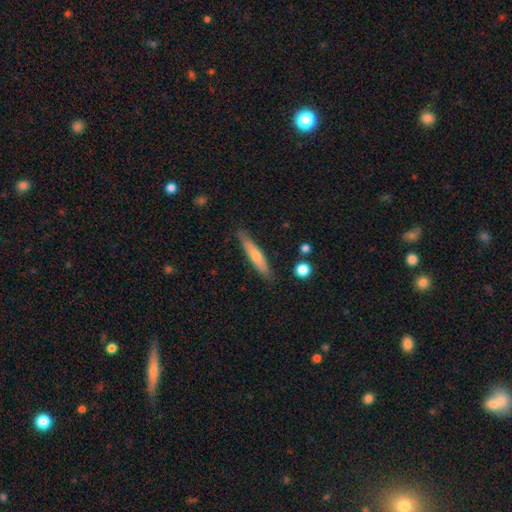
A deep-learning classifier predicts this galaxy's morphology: smooth-or-featured: smooth: 56% | featured or disk: 38% | star or artifact: 6%
  how-rounded: cigar-shaped: 89% | in between: 10% | round: 2%
  merging: none: 85% | minor disturbance: 11% | major disturbance: 2% | merger: 2%